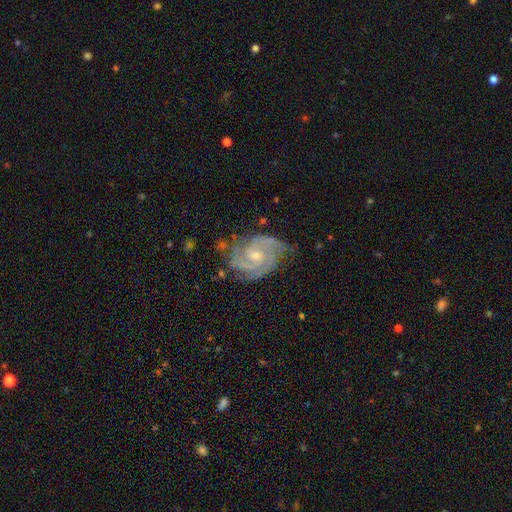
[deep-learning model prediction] The model was most divided on "bulge size": small: 50%, moderate: 46%, none: 2%, large: 1%, dominant: 1%. Remaining: spiral arms — yes (98%); edge-on disk — no (98%); smooth or featured — featured or disk (91%); merging — none (69%); bar — no (62%); spiral winding — tight (62%); spiral arm count — 2 (41%).